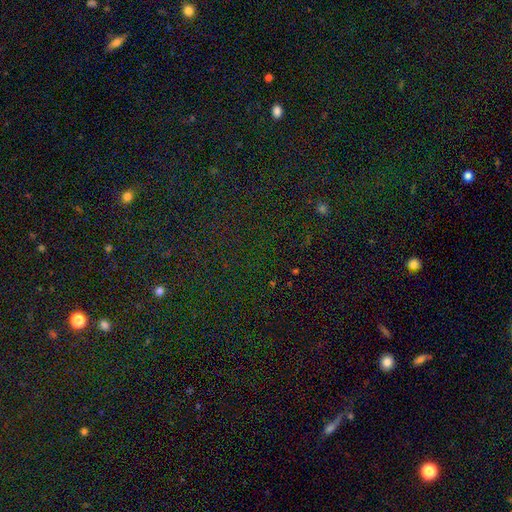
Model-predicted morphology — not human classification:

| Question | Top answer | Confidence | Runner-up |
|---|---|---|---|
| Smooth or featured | star or artifact | 75% | smooth (16%) |